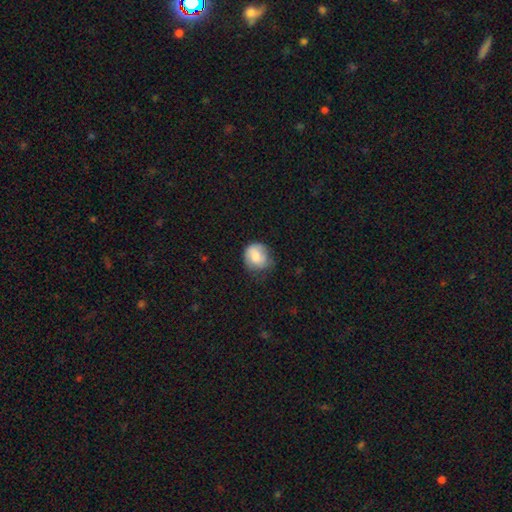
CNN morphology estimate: Overall: smooth (75%). How rounded: round (74%). Merging: none (53%; minor disturbance 33%).